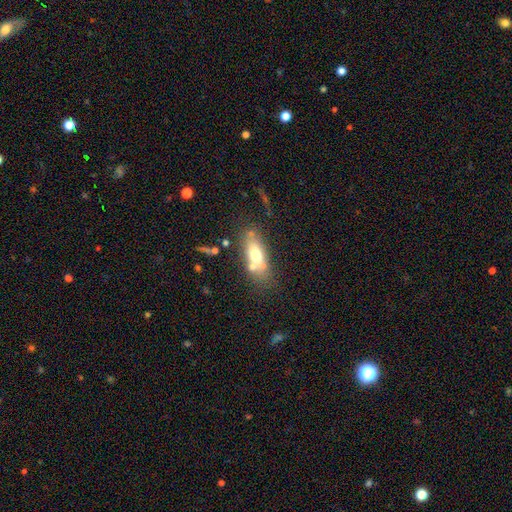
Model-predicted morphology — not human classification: Smooth or featured?
  - smooth: 62% *
  - featured or disk: 29%
  - star or artifact: 9%
How rounded?
  - in between: 74% *
  - cigar-shaped: 20%
  - round: 6%
Merging?
  - none: 58% *
  - merger: 18%
  - minor disturbance: 16%
  - major disturbance: 7%